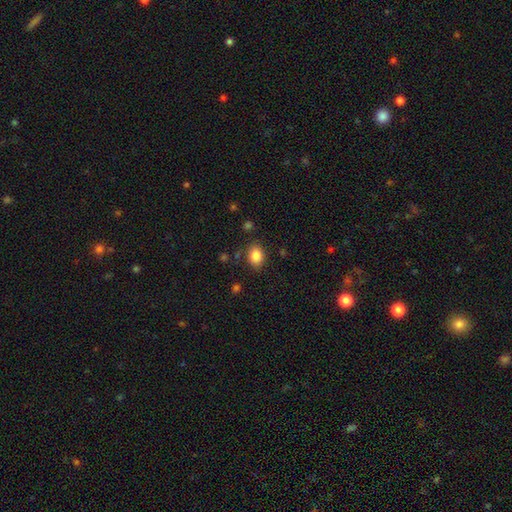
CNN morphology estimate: smooth 86%, star or artifact 9%, featured or disk 5%. Down the decision tree: how rounded — in between (68%); merging — none (83%).